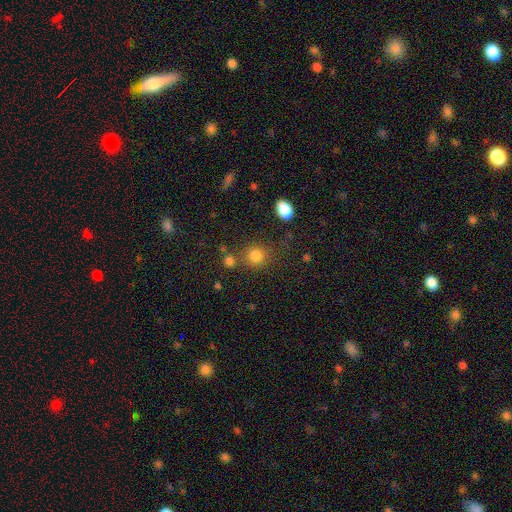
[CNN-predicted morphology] Smooth or featured? Predicted: smooth (p=0.81). How rounded? Predicted: round (p=0.84). Merging? Predicted: none (p=0.73).